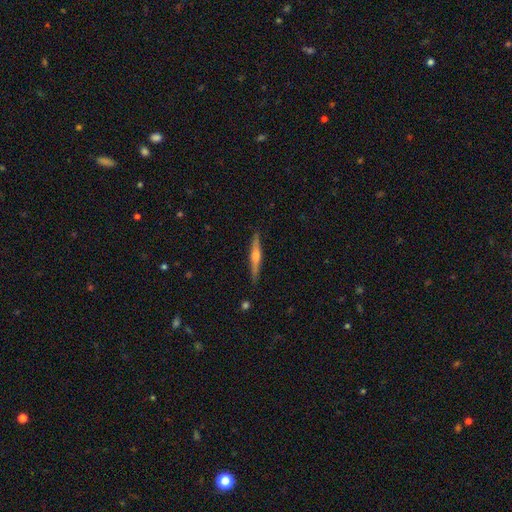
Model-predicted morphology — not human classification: A featured or disk galaxy (61%) viewed edge-on (97%) with a rounded central bulge (79%). Merging: none (89%).